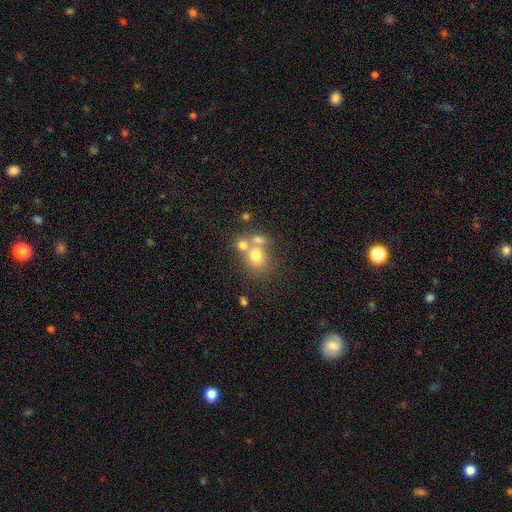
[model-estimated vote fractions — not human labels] The model was most divided on "merging": merger: 43%, none: 42%, minor disturbance: 9%, major disturbance: 5%. More confident: how rounded — round (76%); smooth or featured — smooth (67%).